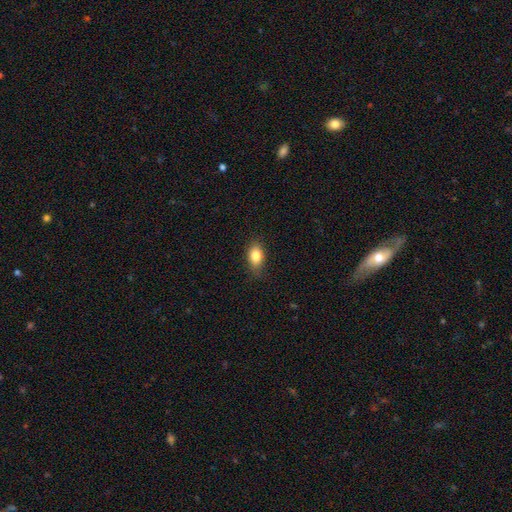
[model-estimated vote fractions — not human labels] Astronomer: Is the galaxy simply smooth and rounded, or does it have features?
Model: smooth — 83%.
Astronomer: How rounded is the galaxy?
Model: in between — 84%.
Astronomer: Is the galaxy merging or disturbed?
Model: none — 80%.